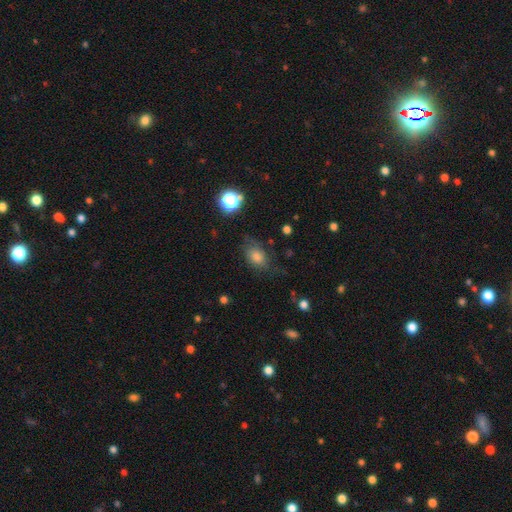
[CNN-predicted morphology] smooth 59%, star or artifact 23%, featured or disk 18%. Down the decision tree: how rounded — in between (70%); merging — none (65%).